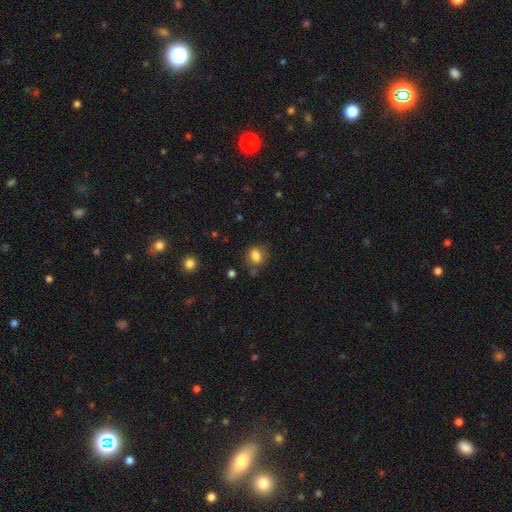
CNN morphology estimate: A smooth galaxy with no disk features (82%) that is in between round and cigar-shaped (51%).

Vote fractions:
- Smooth or featured? smooth: 82% / star or artifact: 10% / featured or disk: 7%
- How rounded? in between: 51% / round: 48% / cigar-shaped: 1%
- Merging? none: 74% / minor disturbance: 16% / major disturbance: 5% / merger: 4%